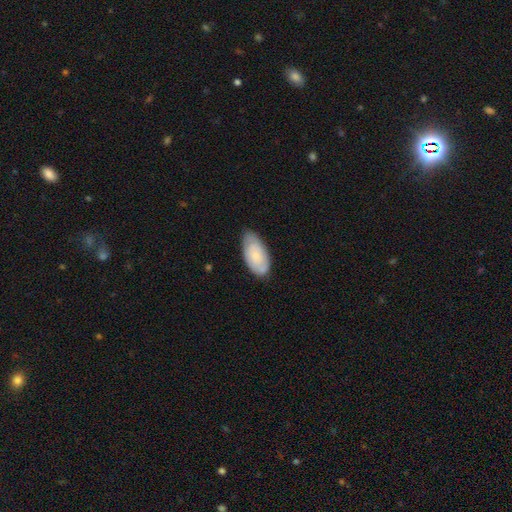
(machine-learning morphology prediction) A smooth galaxy with no disk features (68%) that is in between round and cigar-shaped (93%).

Vote fractions:
- Smooth or featured? smooth: 68% / featured or disk: 26% / star or artifact: 6%
- How rounded? in between: 93% / cigar-shaped: 5% / round: 2%
- Merging? none: 69% / minor disturbance: 26% / major disturbance: 4% / merger: 2%